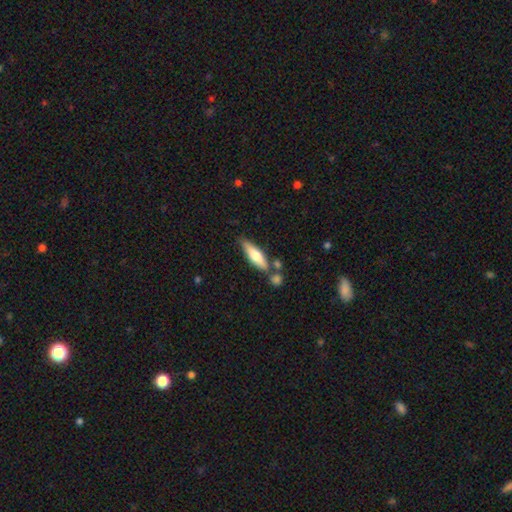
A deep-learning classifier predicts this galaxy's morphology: Overall: smooth (61%; featured or disk 33%). How rounded: cigar-shaped (63%; in between 35%). Merging: none (67%).